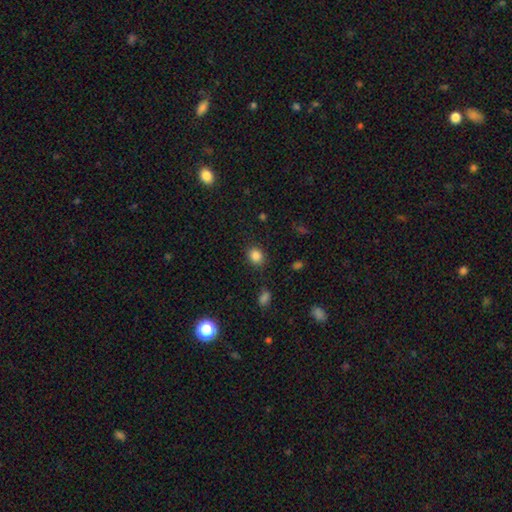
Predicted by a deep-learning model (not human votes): Morphology: type=smooth (84%); roundness=round (62%); merging=none (85%).